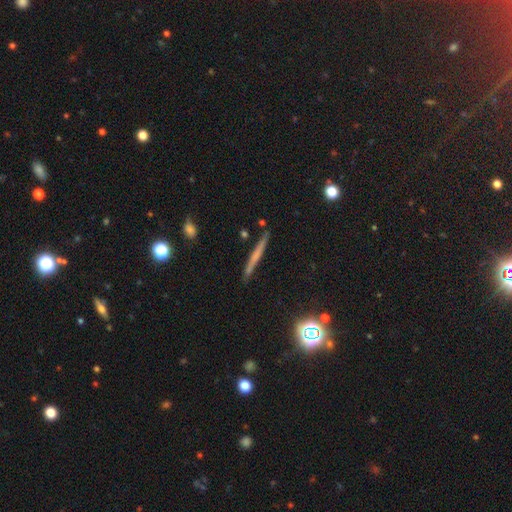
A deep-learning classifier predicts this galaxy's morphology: smooth_or_featured: featured or disk (p=0.46) [alt: smooth p=0.43]
merging: none (p=0.87) [alt: minor disturbance p=0.09]